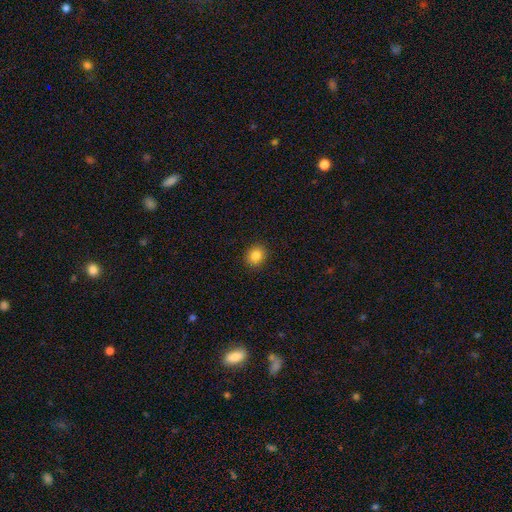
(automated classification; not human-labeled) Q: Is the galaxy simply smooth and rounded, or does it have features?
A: smooth — 85%.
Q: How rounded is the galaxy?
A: round — 71%.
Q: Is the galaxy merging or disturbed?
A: none — 91%.